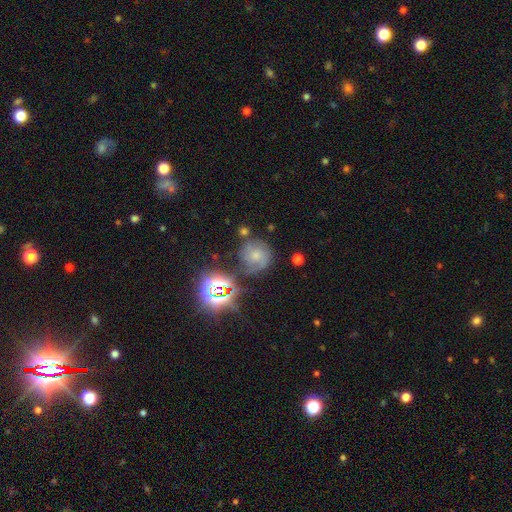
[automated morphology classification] smooth_or_featured: smooth (p=0.42) [alt: featured or disk p=0.36]
merging: none (p=0.57) [alt: minor disturbance p=0.23]